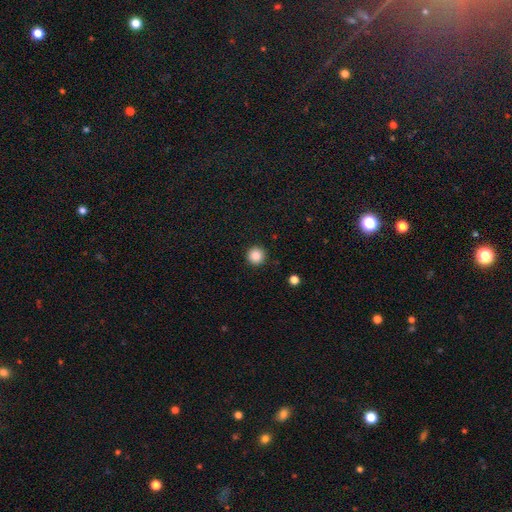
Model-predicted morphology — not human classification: A smooth galaxy with no disk features (87%) that is round (96%).

Vote fractions:
- Smooth or featured? smooth: 87% / star or artifact: 10% / featured or disk: 3%
- How rounded? round: 96% / in between: 3% / cigar-shaped: 1%
- Merging? none: 92% / minor disturbance: 5% / major disturbance: 2% / merger: 1%